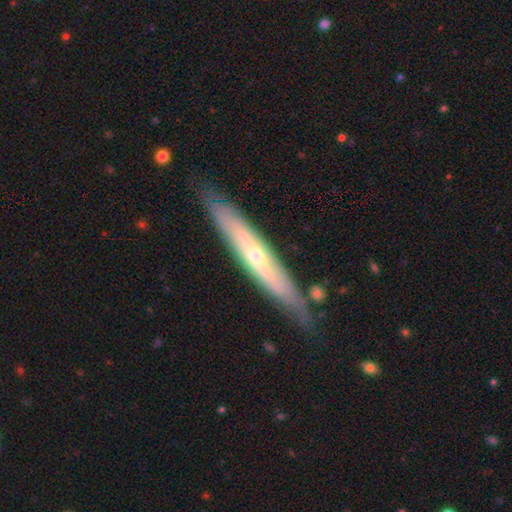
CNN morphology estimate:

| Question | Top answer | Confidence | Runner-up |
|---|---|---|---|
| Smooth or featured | featured or disk | 68% | smooth (27%) |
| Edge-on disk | yes | 73% | no (27%) |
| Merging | none | 80% | minor disturbance (15%) |